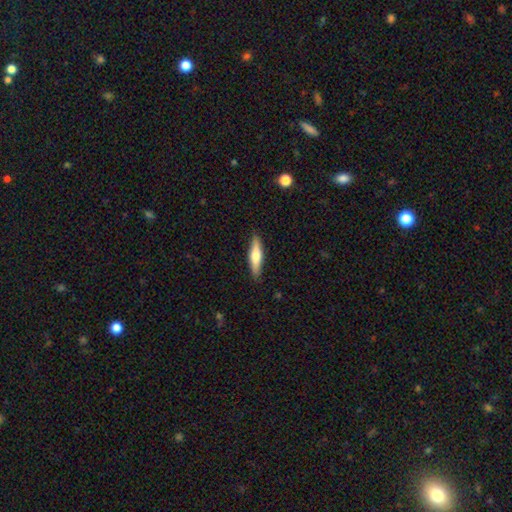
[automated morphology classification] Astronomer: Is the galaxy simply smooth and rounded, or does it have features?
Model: smooth — 59% (runner-up: featured or disk, 35%).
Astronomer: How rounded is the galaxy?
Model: cigar-shaped — 73%.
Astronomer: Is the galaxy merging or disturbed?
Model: none — 89%.